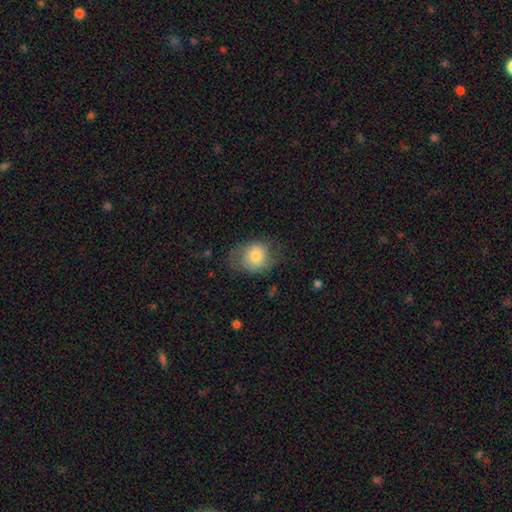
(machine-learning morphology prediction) Smooth or featured? smooth (71%)
How rounded? round (58%)
Merging? none (55%)